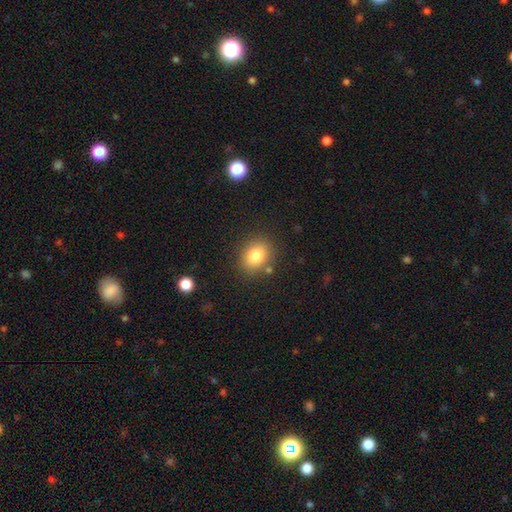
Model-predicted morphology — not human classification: The model was most divided on "how rounded": in between: 55%, round: 44%, cigar-shaped: 1%. More confident: smooth or featured — smooth (82%); merging — none (81%).